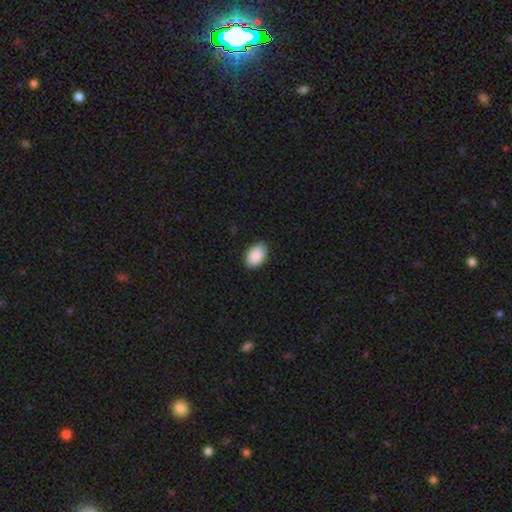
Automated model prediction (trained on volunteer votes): A smooth galaxy with no disk features (90%) that is in between round and cigar-shaped (89%).

Vote fractions:
- Smooth or featured? smooth: 90% / star or artifact: 6% / featured or disk: 4%
- How rounded? in between: 89% / round: 10% / cigar-shaped: 1%
- Merging? none: 88% / minor disturbance: 10% / major disturbance: 2% / merger: 1%